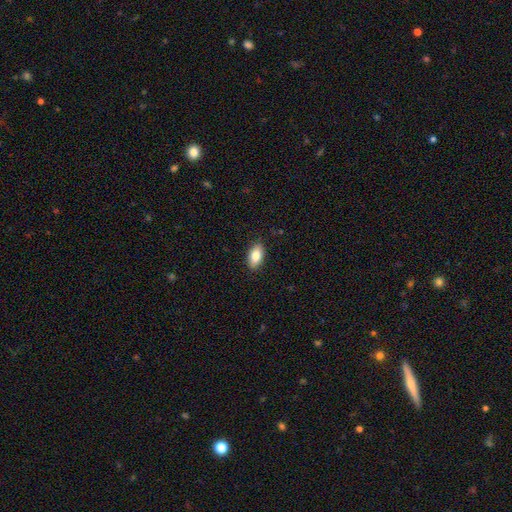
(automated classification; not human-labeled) This is clearly a smooth galaxy (83%). How rounded: clearly in between (92%). Merging: clearly none (88%).